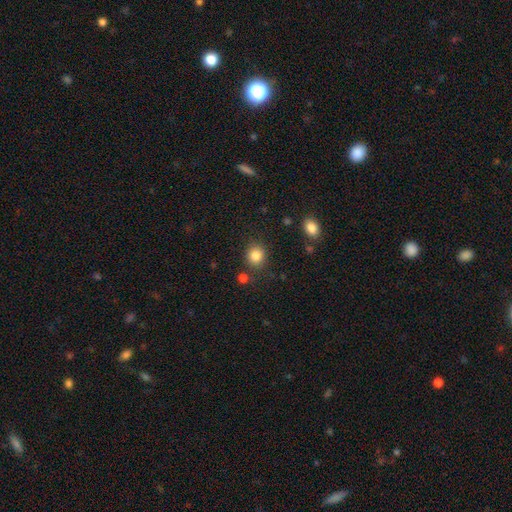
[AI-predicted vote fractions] Smooth or featured: smooth — 84% (star or artifact — 10%)
How rounded: round — 81% (in between — 18%)
Merging: none — 84% (minor disturbance — 9%)